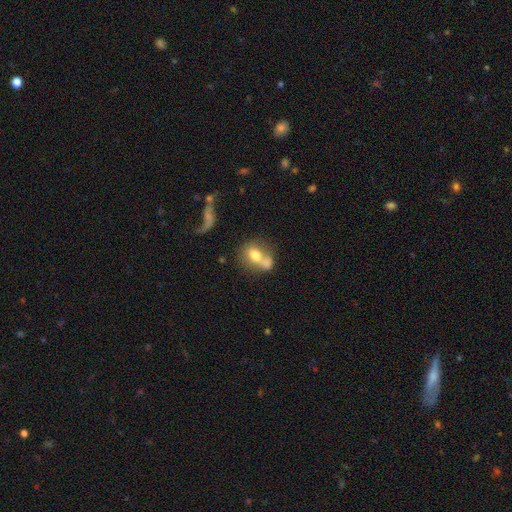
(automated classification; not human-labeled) Smooth or featured? Predicted: smooth (p=0.68). How rounded? Predicted: in between (p=0.53). Merging? Predicted: merger (p=0.55).